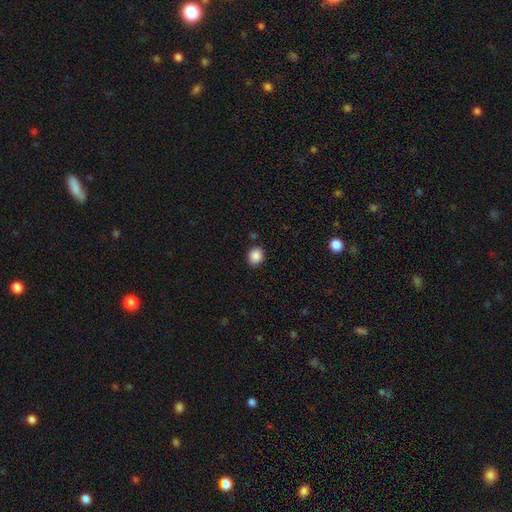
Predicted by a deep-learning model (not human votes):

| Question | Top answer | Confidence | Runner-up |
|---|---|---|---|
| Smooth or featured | smooth | 88% | star or artifact (9%) |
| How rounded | round | 67% | in between (32%) |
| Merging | none | 87% | minor disturbance (9%) |